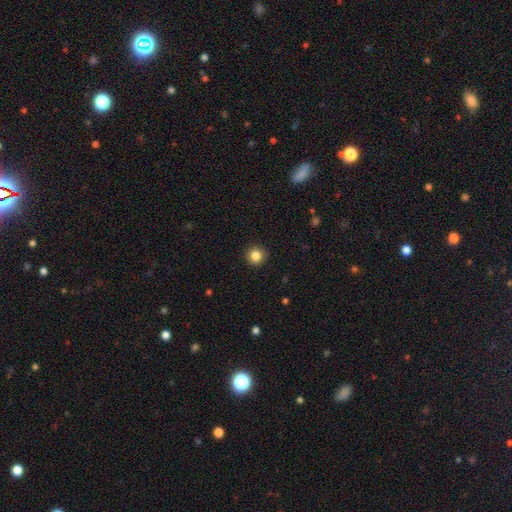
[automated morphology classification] Smooth or featured?
  - smooth: 84% *
  - star or artifact: 11%
  - featured or disk: 6%
How rounded?
  - round: 93% *
  - in between: 6%
  - cigar-shaped: 1%
Merging?
  - none: 92% *
  - minor disturbance: 6%
  - major disturbance: 2%
  - merger: 1%